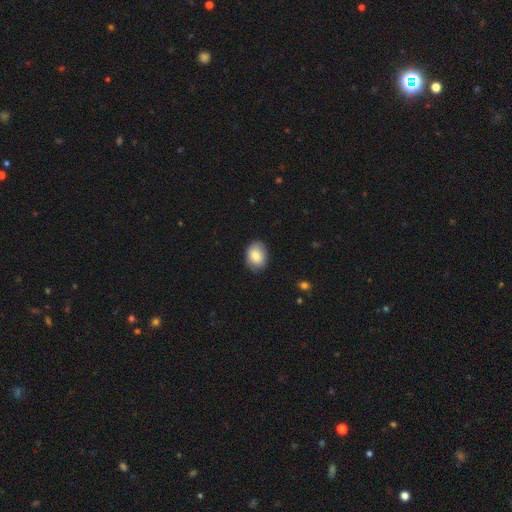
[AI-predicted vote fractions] Smooth or featured?
  - smooth: 82% *
  - featured or disk: 10%
  - star or artifact: 7%
How rounded?
  - in between: 68% *
  - round: 31%
  - cigar-shaped: 1%
Merging?
  - none: 80% *
  - minor disturbance: 16%
  - major disturbance: 3%
  - merger: 1%